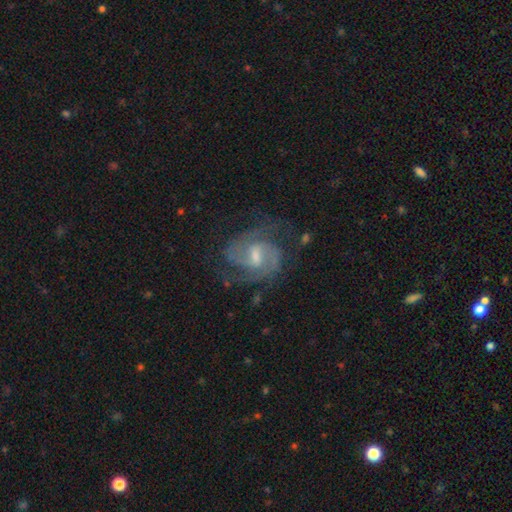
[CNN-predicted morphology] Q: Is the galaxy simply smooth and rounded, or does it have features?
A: featured or disk — 88%.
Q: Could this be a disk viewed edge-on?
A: no — 98%.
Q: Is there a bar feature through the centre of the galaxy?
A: weak — 59%.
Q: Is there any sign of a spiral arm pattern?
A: yes — 97%.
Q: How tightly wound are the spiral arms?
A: medium — 53%.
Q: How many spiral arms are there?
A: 2 — 71%.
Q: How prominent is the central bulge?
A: moderate — 48%.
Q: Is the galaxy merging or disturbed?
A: none — 69%.